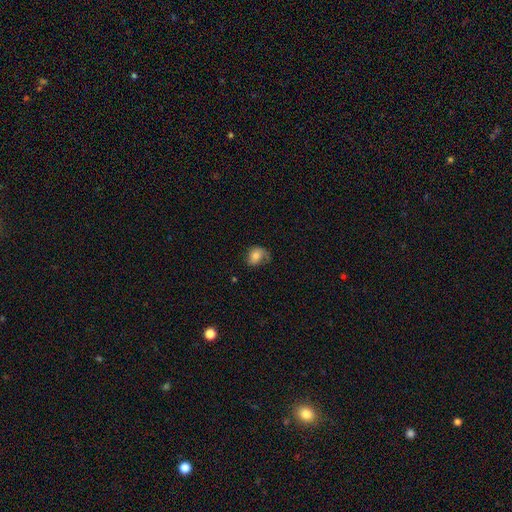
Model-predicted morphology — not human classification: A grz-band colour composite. It shows a smooth galaxy with no disk features (69%) that is in between round and cigar-shaped (58%). Merging: none (48%).